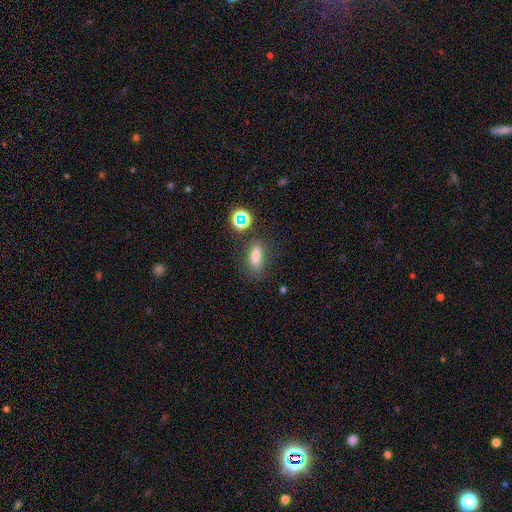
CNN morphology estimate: smooth-or-featured: smooth: 70% | star or artifact: 16% | featured or disk: 14%
  how-rounded: in between: 58% | cigar-shaped: 33% | round: 9%
  merging: none: 73% | minor disturbance: 15% | major disturbance: 6% | merger: 6%